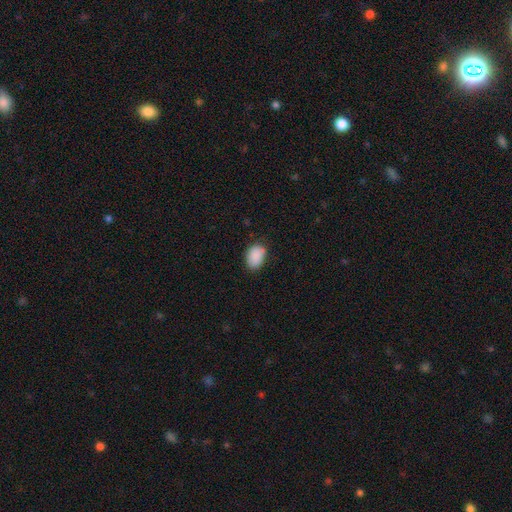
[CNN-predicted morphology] The model was most divided on "merging": none: 73%, minor disturbance: 21%, major disturbance: 4%, merger: 1%. More confident: smooth or featured — smooth (89%); how rounded — in between (83%).